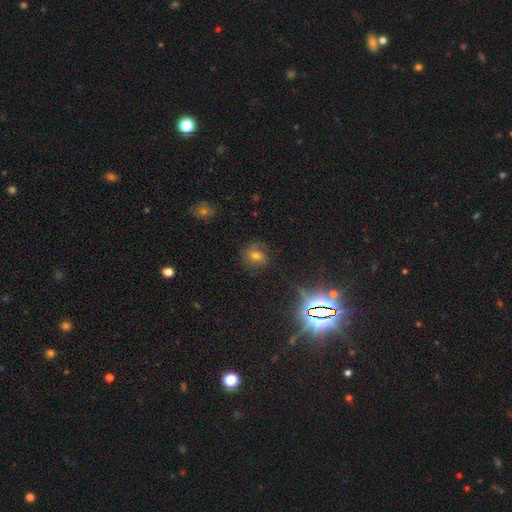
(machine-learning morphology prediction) A smooth galaxy with no disk features (46%). Merging: none (72%).